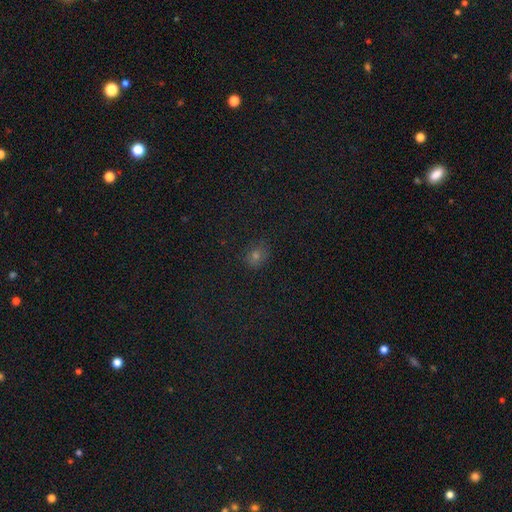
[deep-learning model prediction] Q: Smooth or featured?
A: smooth (64%); runner-up: star or artifact (28%)
Q: How rounded?
A: round (62%); runner-up: in between (37%)
Q: Merging?
A: none (82%); runner-up: minor disturbance (13%)